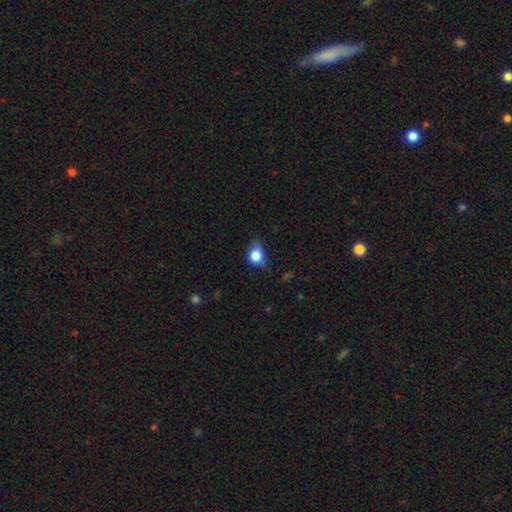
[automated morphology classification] type=smooth (80%); roundness=round (52%); merging=none (44%).